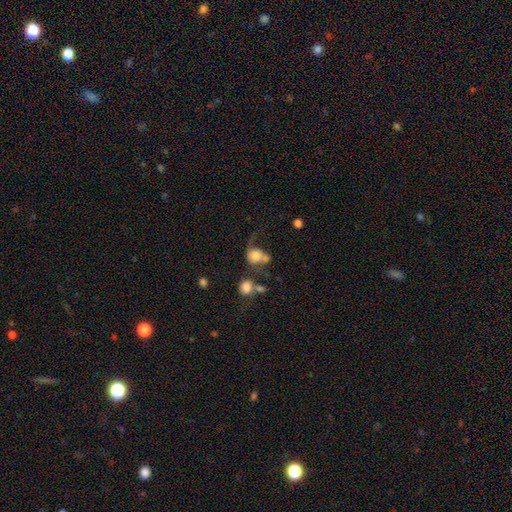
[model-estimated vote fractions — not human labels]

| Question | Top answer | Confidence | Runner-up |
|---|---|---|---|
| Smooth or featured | smooth | 66% | featured or disk (24%) |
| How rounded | round | 72% | in between (27%) |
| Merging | major disturbance | 32% | merger (28%) |